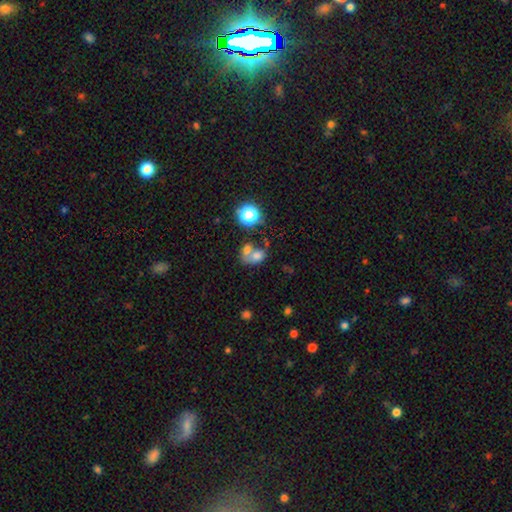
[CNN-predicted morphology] A smooth galaxy with no disk features (67%) that is in between round and cigar-shaped (66%). Merging: merger (61%).